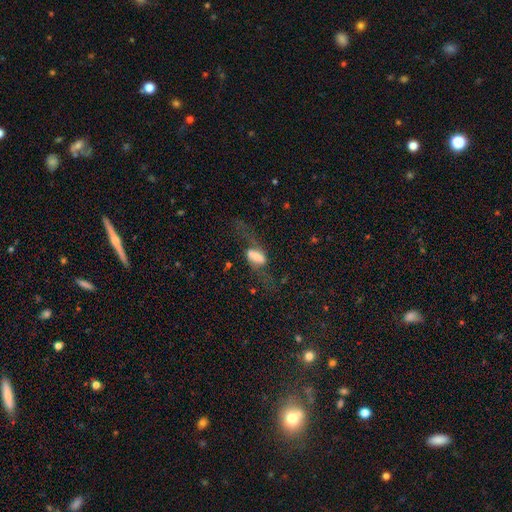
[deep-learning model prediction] A featured or disk galaxy (54%).

Vote fractions:
- Smooth or featured? featured or disk: 54% / smooth: 36% / star or artifact: 10%
- Edge-on disk? no: 80% / yes: 20%
- Merging? major disturbance: 39% / none: 38% / minor disturbance: 18% / merger: 5%